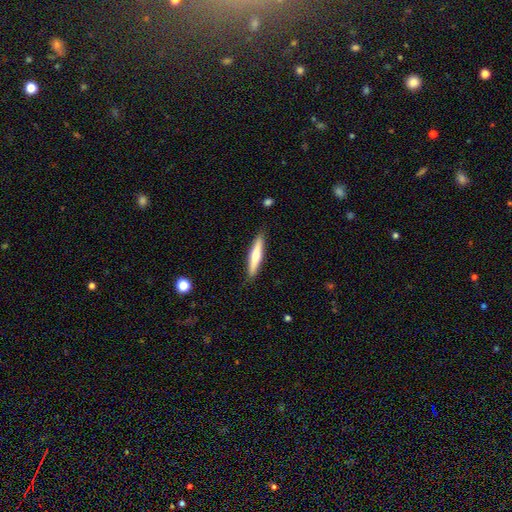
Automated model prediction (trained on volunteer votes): This is possibly a smooth galaxy (54%). How rounded: clearly cigar-shaped (89%). Merging: clearly none (88%).